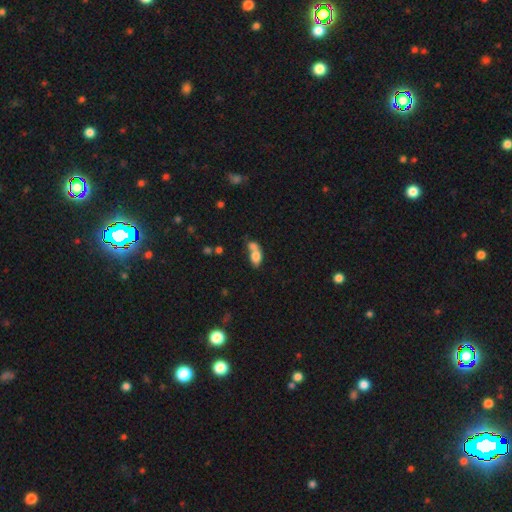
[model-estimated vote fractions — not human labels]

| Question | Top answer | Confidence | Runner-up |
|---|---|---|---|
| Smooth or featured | smooth | 76% | featured or disk (15%) |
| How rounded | in between | 82% | round (15%) |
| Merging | merger | 63% | none (23%) |